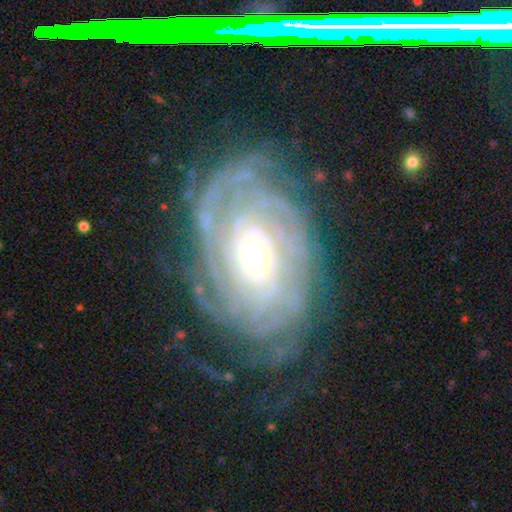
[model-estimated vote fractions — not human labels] A featured or disk galaxy (88%) with no bar (63%), tight (79%) spiral arms (96%) and a moderate central bulge (60%).

Vote fractions:
- Smooth or featured? featured or disk: 88% / smooth: 6% / star or artifact: 6%
- Edge-on disk? no: 95% / yes: 5%
- Bar? no: 63% / weak: 26% / strong: 11%
- Spiral arms? yes: 96% / no: 4%
- Spiral winding? tight: 79% / medium: 17% / loose: 4%
- Spiral arm count? can't tell: 37% / 4: 15% / 3: 14% / more than 4: 14% / 2: 13% / 1: 7%
- Bulge size? moderate: 60% / small: 32% / large: 6% / dominant: 1% / none: 1%
- Merging? none: 70% / minor disturbance: 18% / major disturbance: 10% / merger: 2%